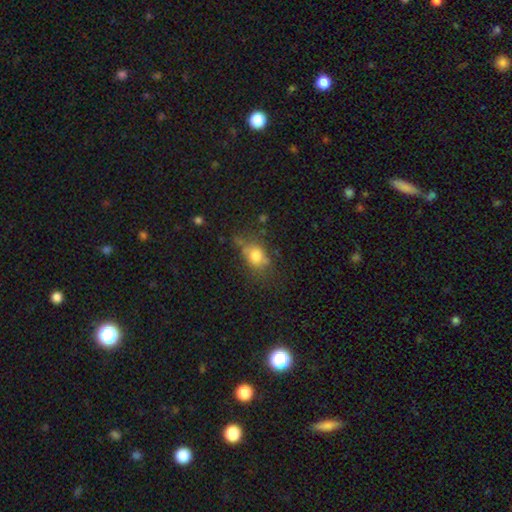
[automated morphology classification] A smooth galaxy with no disk features (71%) that is in between round and cigar-shaped (62%).

Vote fractions:
- Smooth or featured? smooth: 71% / featured or disk: 17% / star or artifact: 12%
- How rounded? in between: 62% / round: 35% / cigar-shaped: 3%
- Merging? none: 50% / minor disturbance: 29% / major disturbance: 16% / merger: 5%